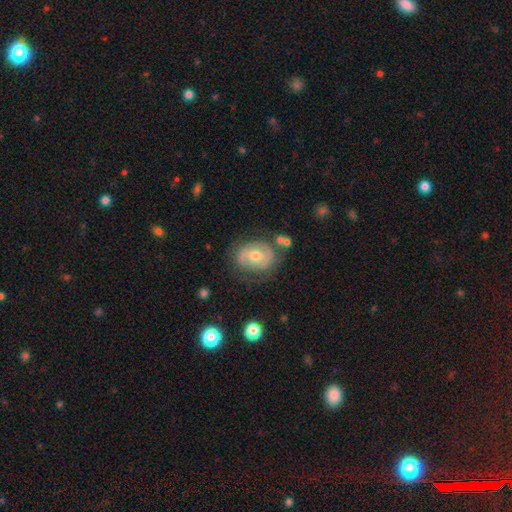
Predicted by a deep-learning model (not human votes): A featured or disk galaxy (54%) with no bar (57%), no spiral arms (51%) and a moderate central bulge (69%).

Vote fractions:
- Smooth or featured? featured or disk: 54% / smooth: 38% / star or artifact: 8%
- Edge-on disk? no: 95% / yes: 5%
- Bar? no: 57% / weak: 31% / strong: 12%
- Spiral arms? no: 51% / yes: 49%
- Bulge size? moderate: 69% / small: 25% / large: 4% / none: 1% / dominant: 1%
- Merging? none: 64% / minor disturbance: 21% / major disturbance: 10% / merger: 5%